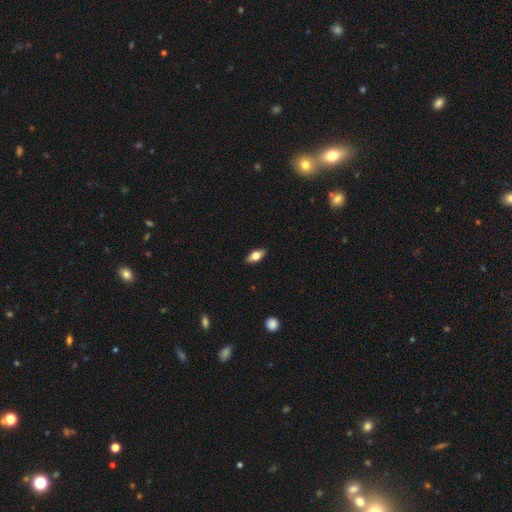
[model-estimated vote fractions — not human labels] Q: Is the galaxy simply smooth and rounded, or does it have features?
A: smooth — 71%.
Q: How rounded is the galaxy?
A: in between — 86%.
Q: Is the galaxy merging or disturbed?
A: none — 89%.